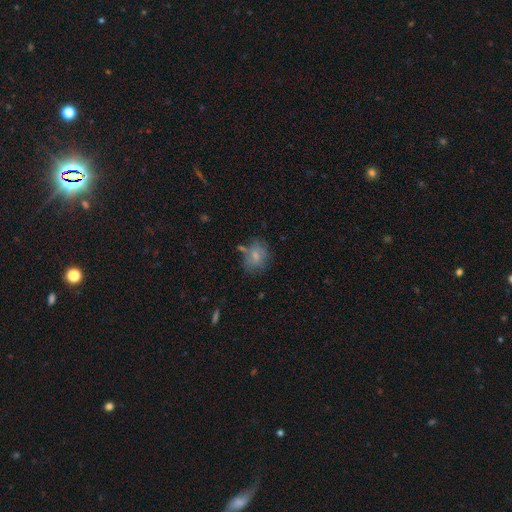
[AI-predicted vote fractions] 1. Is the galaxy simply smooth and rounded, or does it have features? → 70% smooth, 20% featured or disk, 10% star or artifact.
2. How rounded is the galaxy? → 54% in between, 44% round, 1% cigar-shaped.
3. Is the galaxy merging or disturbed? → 57% none, 23% minor disturbance, 10% major disturbance, 10% merger.